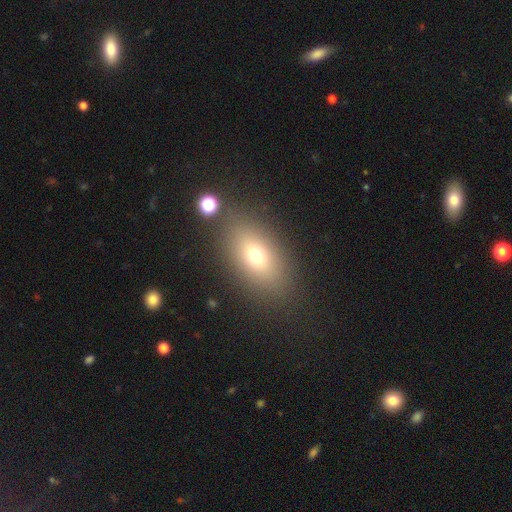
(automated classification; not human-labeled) Overall: smooth (68%). How rounded: in between (81%). Merging: none (81%).